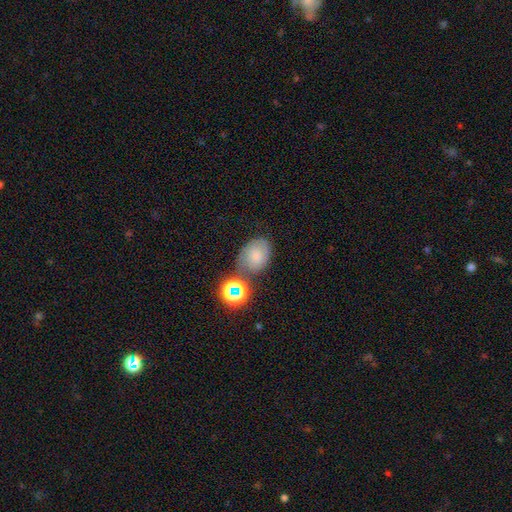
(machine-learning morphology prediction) A smooth galaxy with no disk features (61%) that is in between round and cigar-shaped (60%). Merging: none (54%).